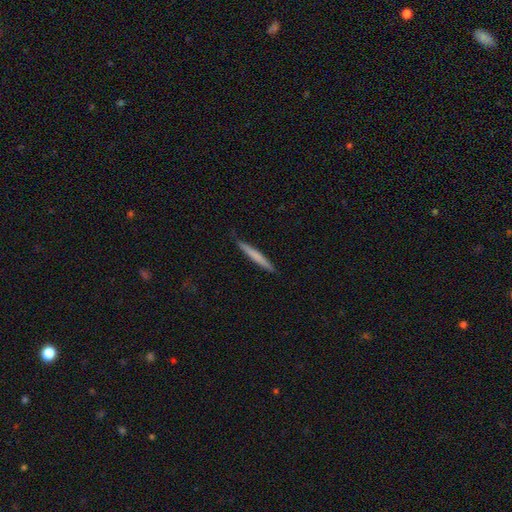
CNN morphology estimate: Smooth or featured: smooth — 64% (featured or disk — 31%)
How rounded: cigar-shaped — 96% (in between — 2%)
Merging: none — 89% (minor disturbance — 9%)